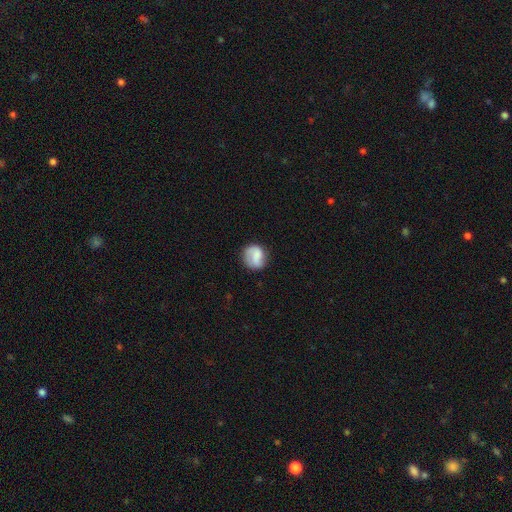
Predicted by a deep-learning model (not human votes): Smooth or featured?
  - smooth: 62% *
  - featured or disk: 30%
  - star or artifact: 8%
How rounded?
  - round: 78% *
  - in between: 21%
  - cigar-shaped: 1%
Merging?
  - none: 69% *
  - minor disturbance: 21%
  - major disturbance: 8%
  - merger: 2%